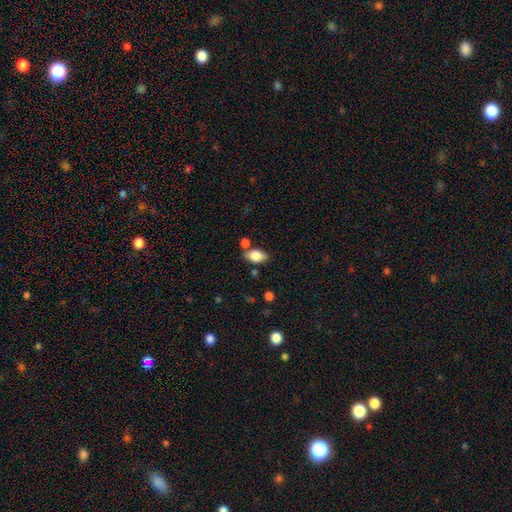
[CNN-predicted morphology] smooth 83%, featured or disk 10%, star or artifact 8%. Down the decision tree: how rounded — in between (90%); merging — none (70%).